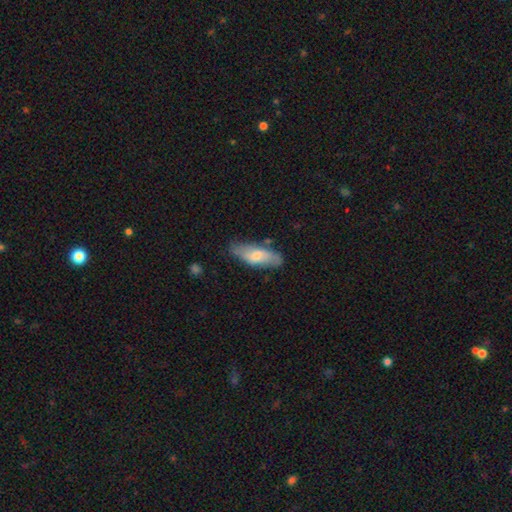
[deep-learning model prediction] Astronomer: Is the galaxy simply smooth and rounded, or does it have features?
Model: smooth — 57% (runner-up: featured or disk, 36%).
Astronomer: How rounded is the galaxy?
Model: in between — 66%.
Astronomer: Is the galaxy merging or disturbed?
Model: none — 74%.